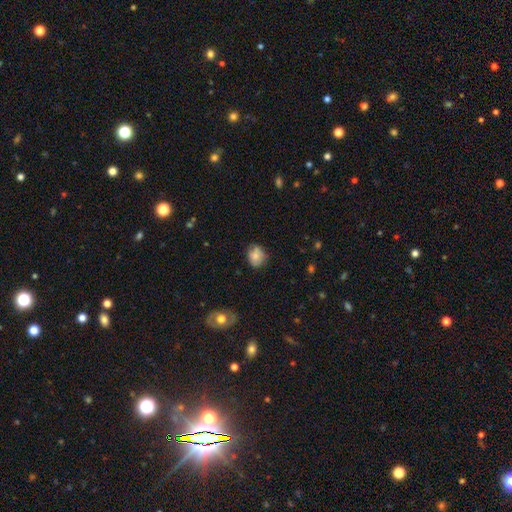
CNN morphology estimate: Smooth or featured: smooth — 74% (featured or disk — 17%)
How rounded: round — 63% (in between — 36%)
Merging: none — 69% (minor disturbance — 24%)